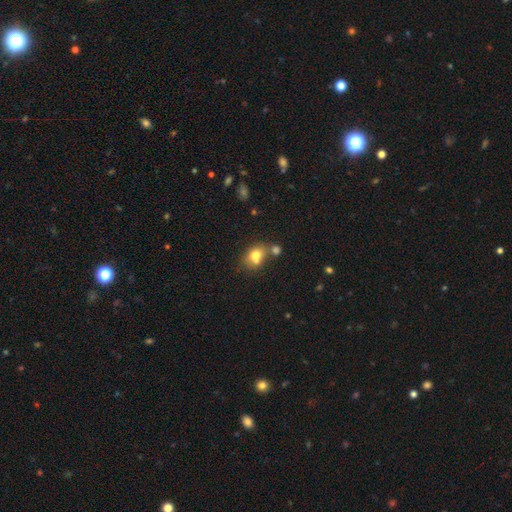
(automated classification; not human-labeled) Smooth or featured? smooth (74%)
How rounded? in between (55%)
Merging? none (44%)